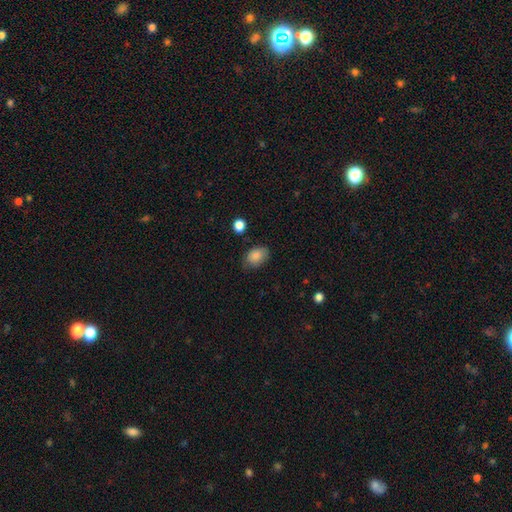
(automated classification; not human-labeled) Smooth or featured? Predicted: smooth (p=0.84). How rounded? Predicted: in between (p=0.77). Merging? Predicted: none (p=0.72).